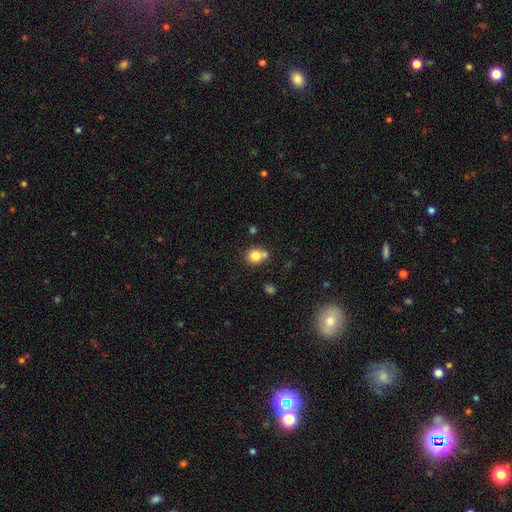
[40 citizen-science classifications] Overall: smooth (78%). How rounded: round (71%). Merging: merger (50%; none 31%).